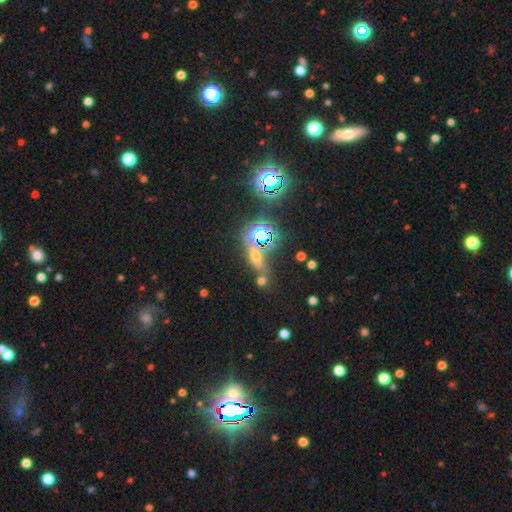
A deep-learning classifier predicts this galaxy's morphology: Q: Smooth or featured?
A: star or artifact (45%); runner-up: smooth (39%)